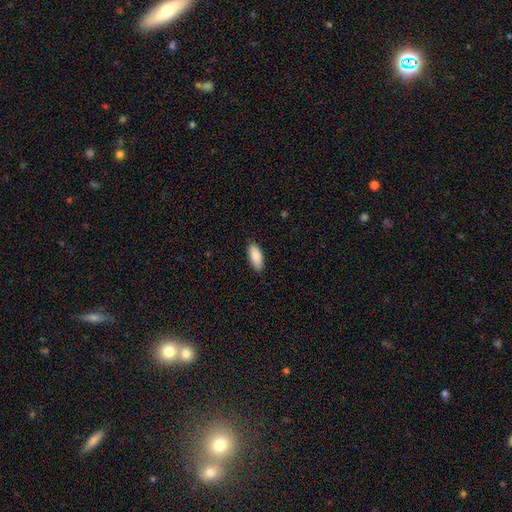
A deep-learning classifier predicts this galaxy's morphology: A smooth galaxy with no disk features (89%) that is in between round and cigar-shaped (84%).

Vote fractions:
- Smooth or featured? smooth: 89% / star or artifact: 6% / featured or disk: 5%
- How rounded? in between: 84% / cigar-shaped: 14% / round: 2%
- Merging? none: 87% / minor disturbance: 10% / major disturbance: 2% / merger: 1%